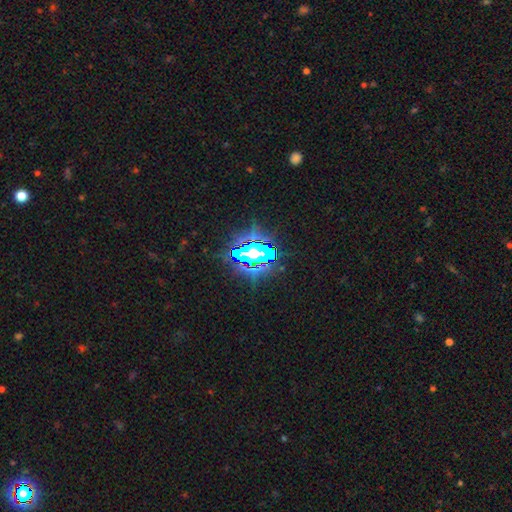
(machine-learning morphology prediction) This appears to be a star or artifact, not a galaxy (63%).